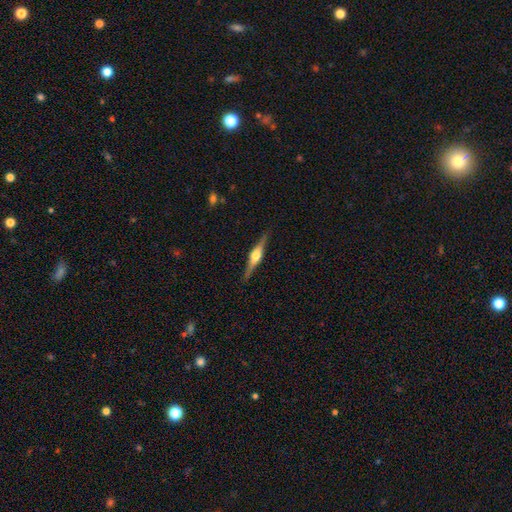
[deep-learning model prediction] smooth-or-featured: featured or disk: 82% | smooth: 13% | star or artifact: 5%
  disk-edge-on: yes: 98% | no: 2%
    edge-on-bulge: rounded: 91% | boxy: 7% | none: 2%
  merging: none: 90% | minor disturbance: 7% | major disturbance: 2% | merger: 1%